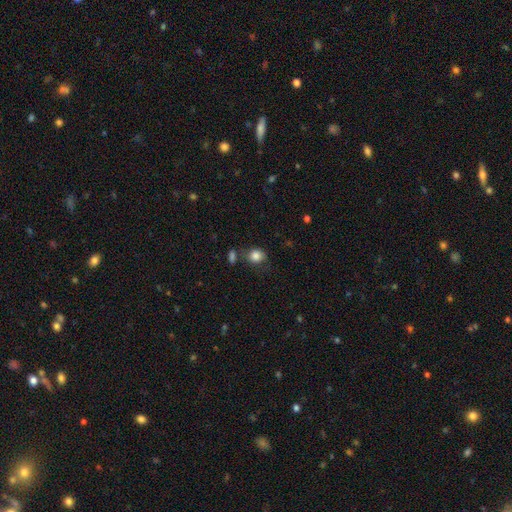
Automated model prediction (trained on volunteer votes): Overall: smooth (84%). How rounded: round (64%; in between 35%). Merging: none (64%).